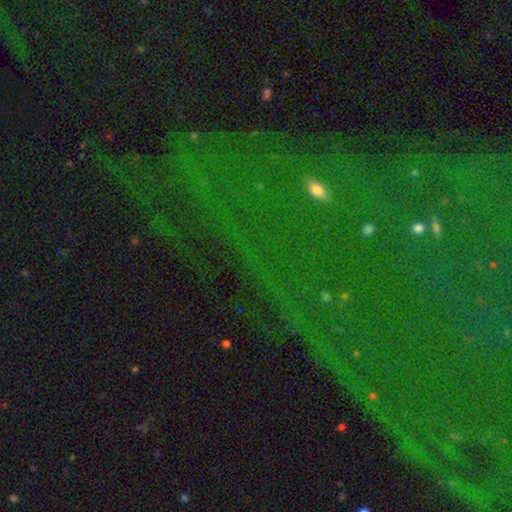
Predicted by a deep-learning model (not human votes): This appears to be a star or artifact, not a galaxy (81%).